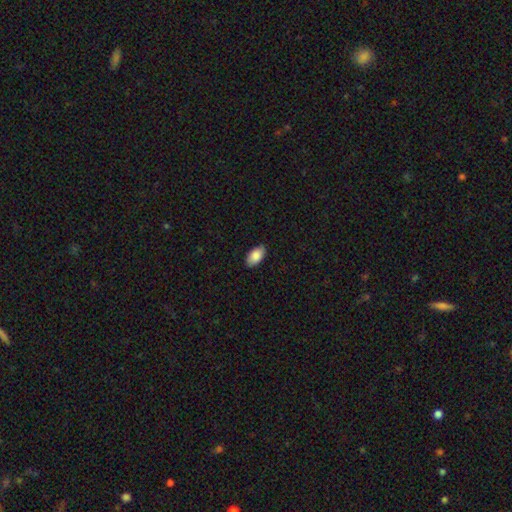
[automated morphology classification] A smooth galaxy with no disk features (87%) that is in between round and cigar-shaped (95%).

Vote fractions:
- Smooth or featured? smooth: 87% / star or artifact: 6% / featured or disk: 6%
- How rounded? in between: 95% / round: 3% / cigar-shaped: 2%
- Merging? none: 87% / minor disturbance: 10% / major disturbance: 2% / merger: 1%